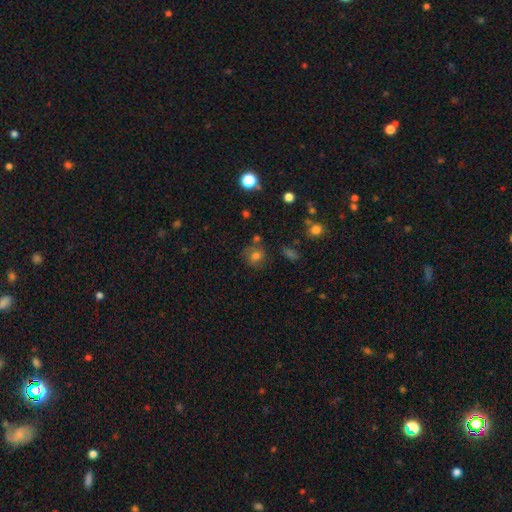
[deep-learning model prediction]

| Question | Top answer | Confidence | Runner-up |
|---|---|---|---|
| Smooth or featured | smooth | 63% | featured or disk (19%) |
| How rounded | round | 73% | in between (25%) |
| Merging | none | 66% | minor disturbance (19%) |